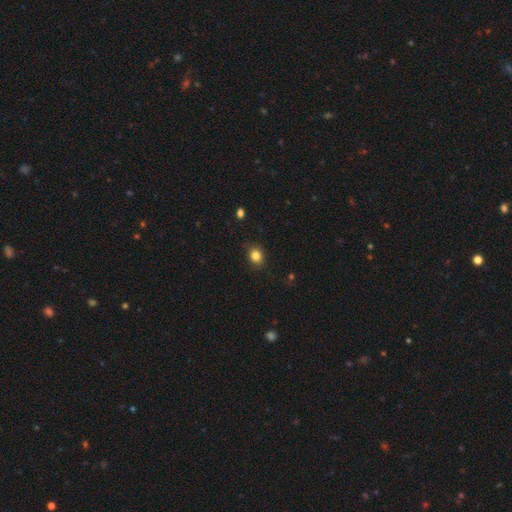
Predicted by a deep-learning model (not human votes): Q: Smooth or featured?
A: smooth (83%); runner-up: star or artifact (11%)
Q: How rounded?
A: round (59%); runner-up: in between (40%)
Q: Merging?
A: none (85%); runner-up: minor disturbance (12%)